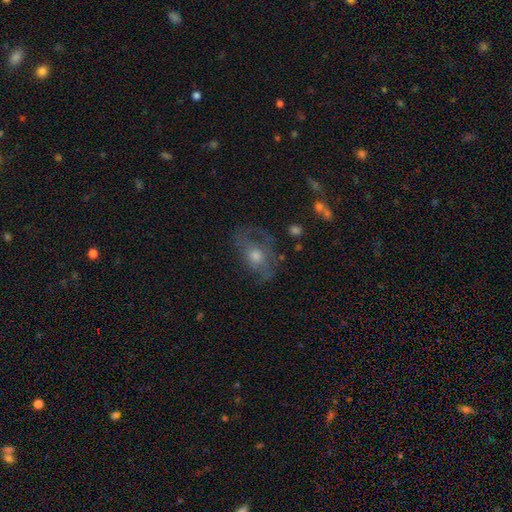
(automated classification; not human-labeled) Smooth or featured?
  - featured or disk: 54% *
  - smooth: 34%
  - star or artifact: 12%
Edge-on disk?
  - no: 93% *
  - yes: 7%
Bar?
  - no: 80% *
  - weak: 16%
  - strong: 4%
Spiral arms?
  - no: 52% *
  - yes: 48%
Bulge size?
  - moderate: 63% *
  - small: 20%
  - large: 12%
  - none: 3%
  - dominant: 2%
Merging?
  - none: 54% *
  - minor disturbance: 22%
  - major disturbance: 22%
  - merger: 2%